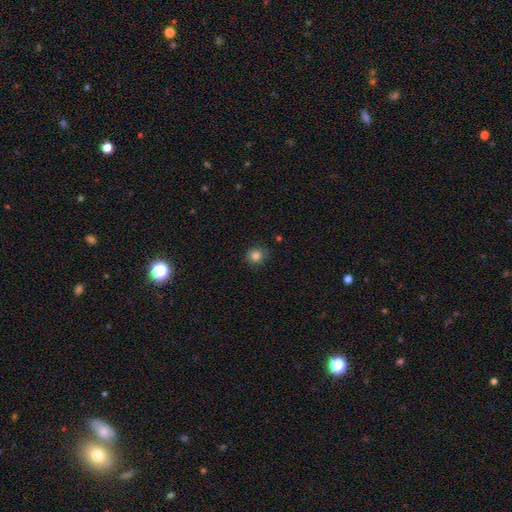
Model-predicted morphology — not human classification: A smooth galaxy with no disk features (83%) that is round (86%). Merging: none (84%).